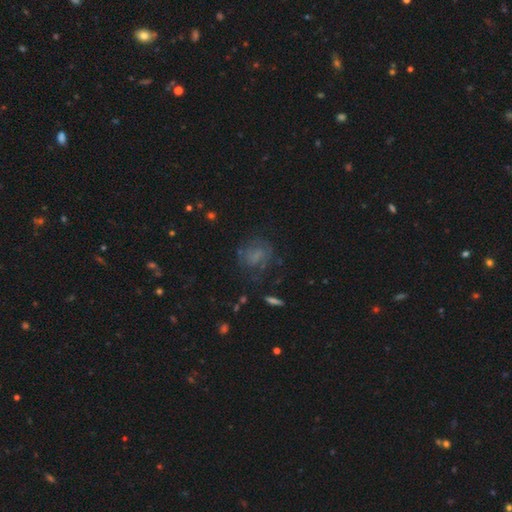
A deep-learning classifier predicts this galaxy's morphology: smooth_or_featured: smooth (p=0.49) [alt: featured or disk p=0.31]
merging: none (p=0.60) [alt: minor disturbance p=0.20]